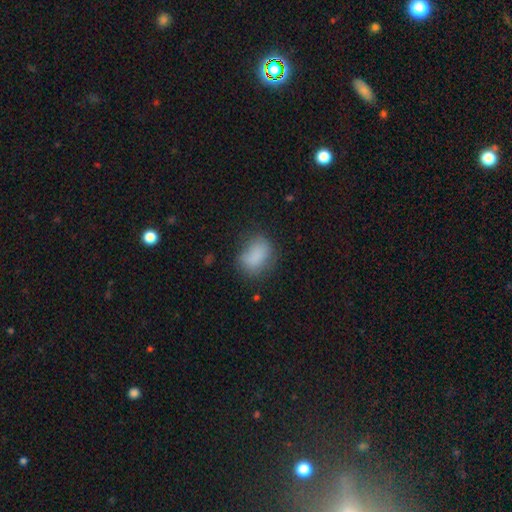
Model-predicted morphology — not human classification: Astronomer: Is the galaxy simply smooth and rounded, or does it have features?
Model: smooth — 83%.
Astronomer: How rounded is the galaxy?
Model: in between — 76%.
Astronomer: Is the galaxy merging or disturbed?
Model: none — 59%.